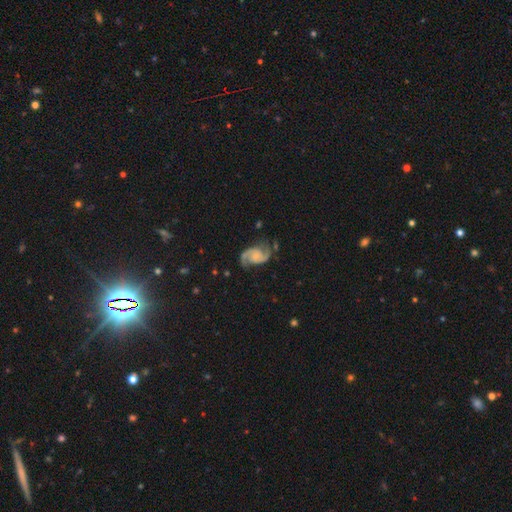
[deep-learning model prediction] Smooth or featured? featured or disk (89%)
Edge-on disk? no (98%)
Bar? no (63%)
Spiral arms? yes (98%)
Spiral winding? medium (54%)
Spiral arm count? 2 (93%)
Bulge size? small (46%)
Merging? none (71%)